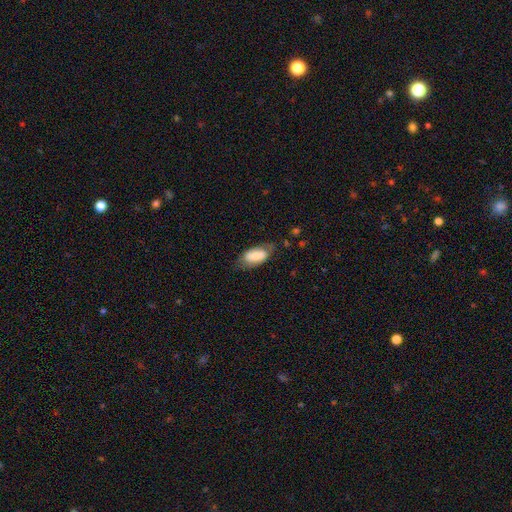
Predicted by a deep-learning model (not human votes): A smooth galaxy with no disk features (70%) that is in between round and cigar-shaped (89%).

Vote fractions:
- Smooth or featured? smooth: 70% / featured or disk: 24% / star or artifact: 7%
- How rounded? in between: 89% / cigar-shaped: 8% / round: 3%
- Merging? none: 63% / minor disturbance: 26% / major disturbance: 9% / merger: 2%